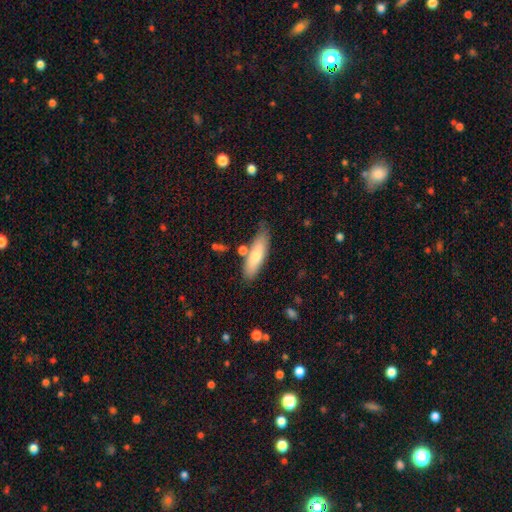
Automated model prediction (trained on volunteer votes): A smooth galaxy with no disk features (72%) that is cigar-shaped (50%). Merging: none (71%).